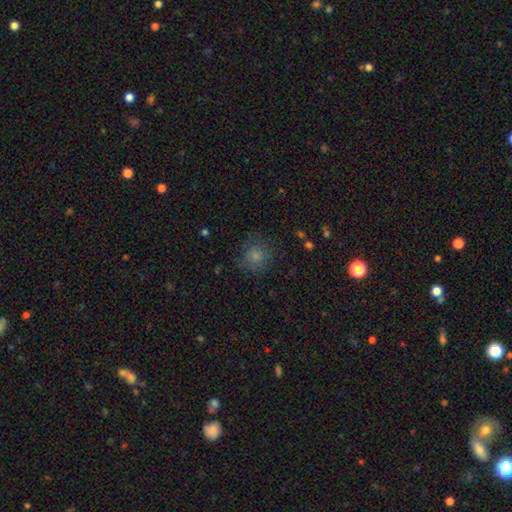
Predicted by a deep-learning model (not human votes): smooth-or-featured: smooth: 78% | star or artifact: 13% | featured or disk: 9%
  how-rounded: round: 85% | in between: 14% | cigar-shaped: 1%
  merging: none: 75% | minor disturbance: 16% | major disturbance: 8% | merger: 1%